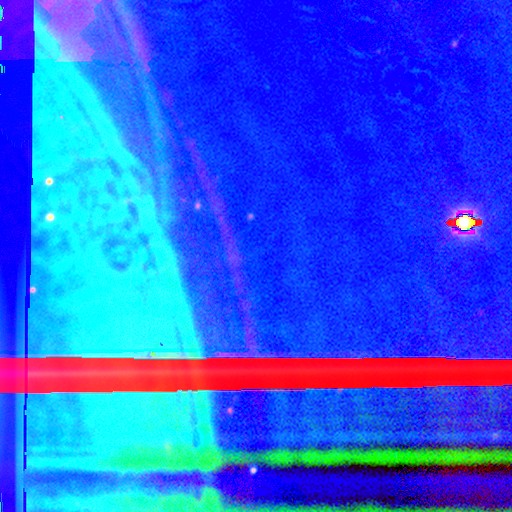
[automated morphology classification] Overall: star or artifact (87%).